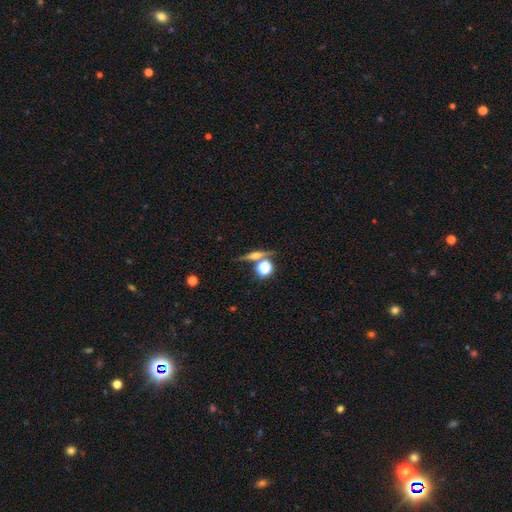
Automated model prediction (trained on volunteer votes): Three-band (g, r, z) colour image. It shows a featured or disk galaxy (46%). Merging: none (72%).